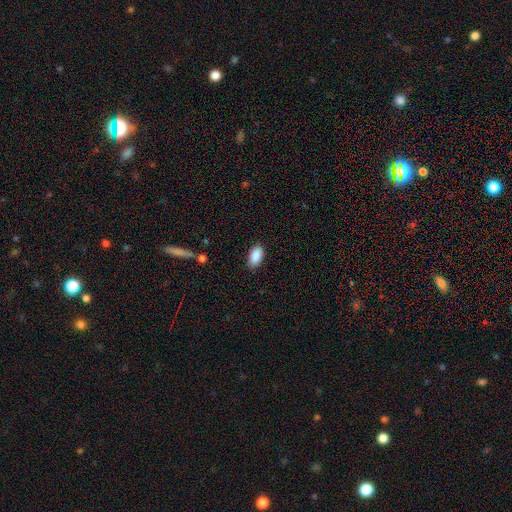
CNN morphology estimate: A smooth galaxy with no disk features (90%) that is in between round and cigar-shaped (94%).

Vote fractions:
- Smooth or featured? smooth: 90% / star or artifact: 7% / featured or disk: 3%
- How rounded? in between: 94% / round: 4% / cigar-shaped: 2%
- Merging? none: 84% / minor disturbance: 12% / major disturbance: 3% / merger: 1%